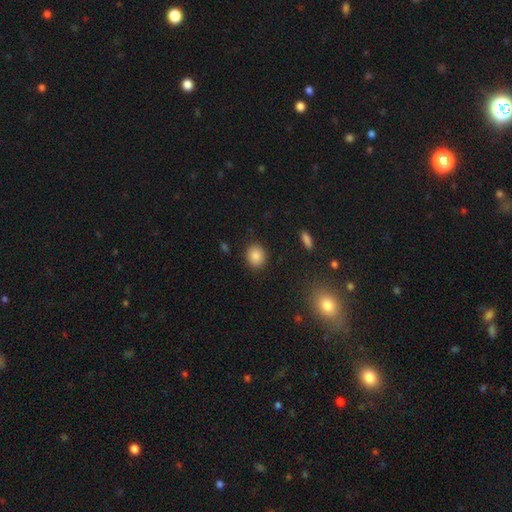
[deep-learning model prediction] Smooth or featured? smooth (87%)
How rounded? round (65%)
Merging? none (89%)